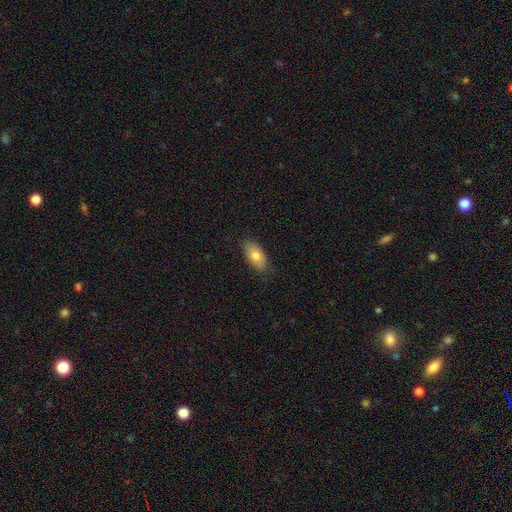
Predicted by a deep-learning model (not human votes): A smooth galaxy with no disk features (76%) that is in between round and cigar-shaped (92%). Merging: none (82%).